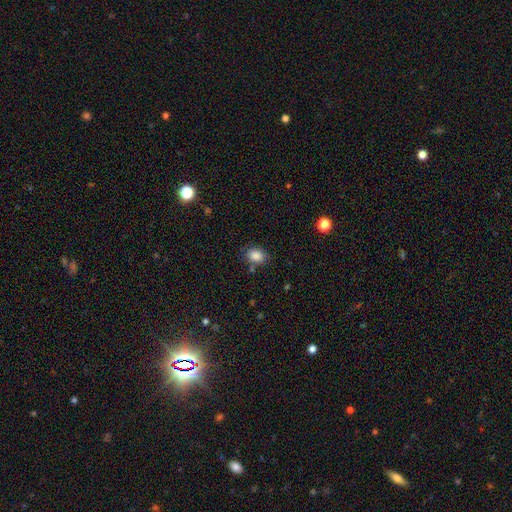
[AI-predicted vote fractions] Smooth or featured? smooth (86%)
How rounded? in between (66%)
Merging? none (77%)